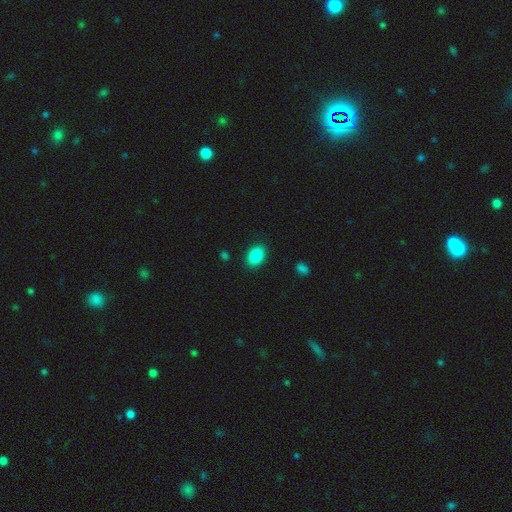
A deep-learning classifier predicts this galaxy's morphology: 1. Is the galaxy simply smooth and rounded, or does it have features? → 88% smooth, 8% star or artifact, 4% featured or disk.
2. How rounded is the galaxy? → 84% in between, 15% round, 1% cigar-shaped.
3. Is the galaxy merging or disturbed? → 87% none, 9% minor disturbance, 3% major disturbance, 1% merger.